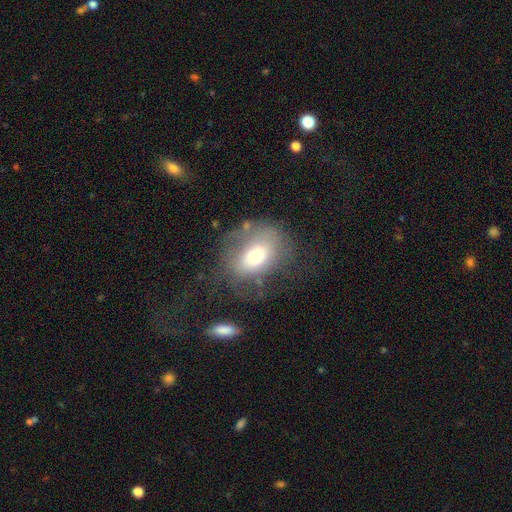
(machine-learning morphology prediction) Smooth or featured?
  - smooth: 63% *
  - featured or disk: 27%
  - star or artifact: 10%
How rounded?
  - in between: 66% *
  - round: 32%
  - cigar-shaped: 1%
Merging?
  - none: 48% *
  - minor disturbance: 24%
  - major disturbance: 23%
  - merger: 5%